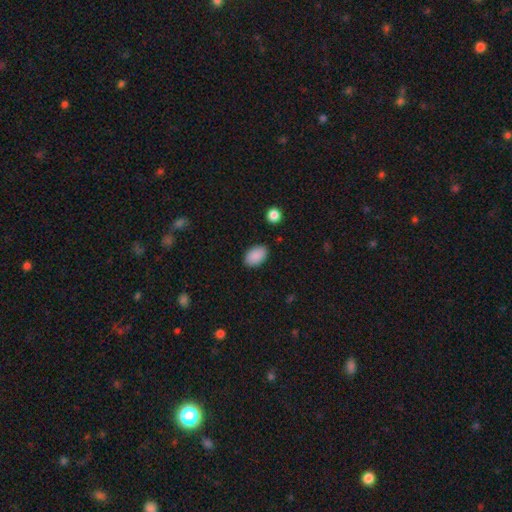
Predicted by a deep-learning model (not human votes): Smooth or featured?
  - smooth: 90% *
  - star or artifact: 7%
  - featured or disk: 3%
How rounded?
  - in between: 90% *
  - round: 8%
  - cigar-shaped: 1%
Merging?
  - none: 86% *
  - minor disturbance: 10%
  - major disturbance: 2%
  - merger: 1%